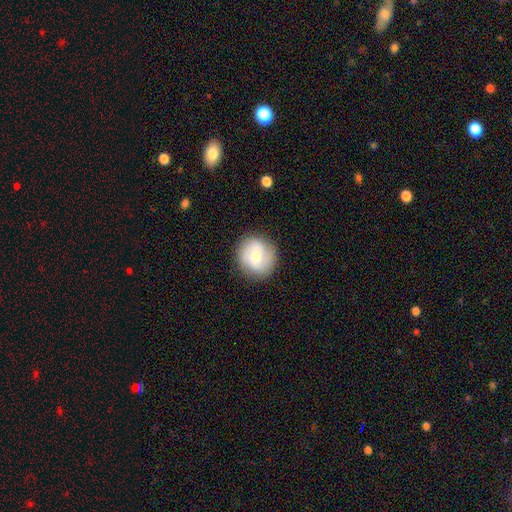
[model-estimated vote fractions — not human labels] smooth_or_featured: smooth (p=0.57) [alt: featured or disk p=0.35]
how_rounded: round (p=0.90) [alt: in between p=0.09]
merging: none (p=0.84) [alt: minor disturbance p=0.11]